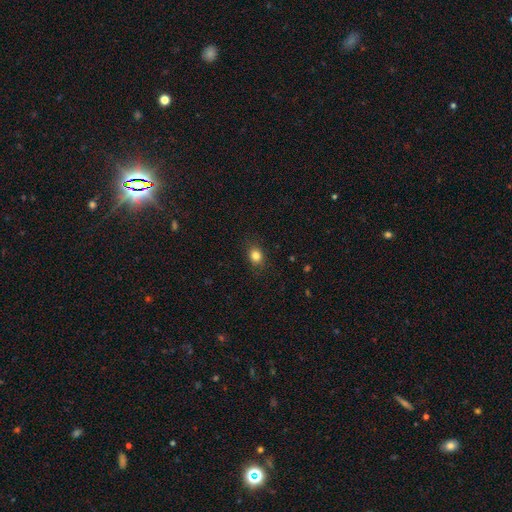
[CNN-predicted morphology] This is clearly a smooth galaxy (83%). How rounded: possibly in between (50%). Merging: clearly none (86%).